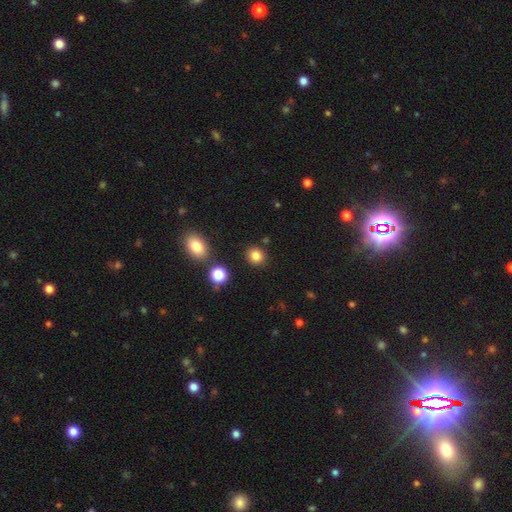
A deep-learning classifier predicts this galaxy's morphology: This appears to be a smooth galaxy with no disk features (84%) that is round (81%). Merging: none (88%).